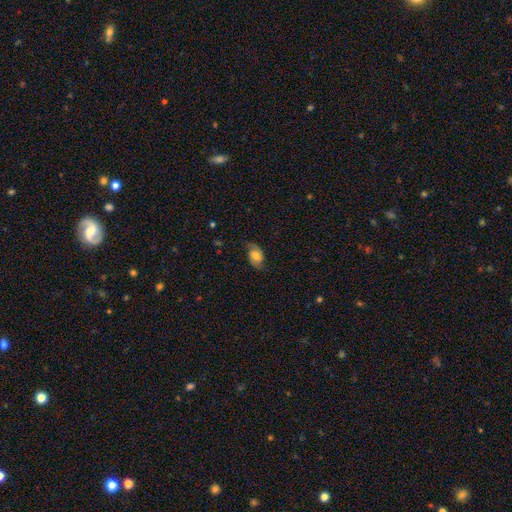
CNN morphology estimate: Smooth or featured? Predicted: smooth (p=0.51). How rounded? Predicted: in between (p=0.83). Merging? Predicted: none (p=0.65).